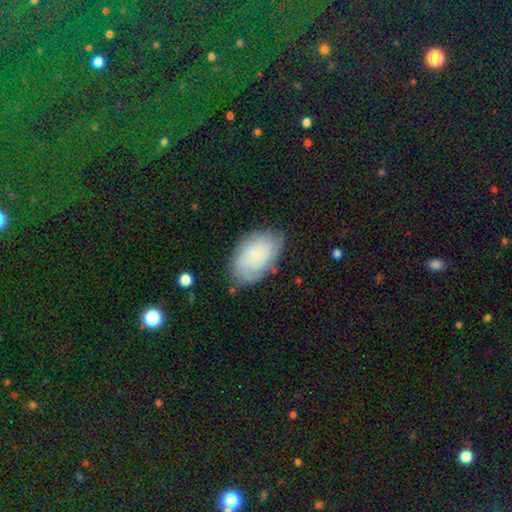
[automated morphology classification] smooth_or_featured: smooth (p=0.55) [alt: featured or disk p=0.36]
how_rounded: in between (p=0.92) [alt: round p=0.07]
merging: none (p=0.75) [alt: minor disturbance p=0.19]